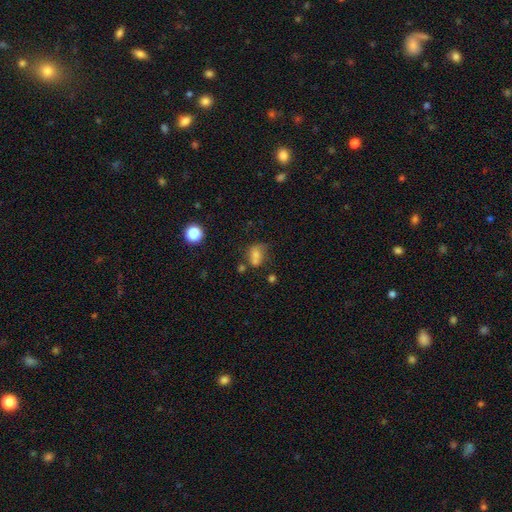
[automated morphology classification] A smooth galaxy with no disk features (68%) that is in between round and cigar-shaped (59%).

Vote fractions:
- Smooth or featured? smooth: 68% / featured or disk: 17% / star or artifact: 14%
- How rounded? in between: 59% / round: 39% / cigar-shaped: 2%
- Merging? merger: 36% / none: 34% / minor disturbance: 18% / major disturbance: 11%